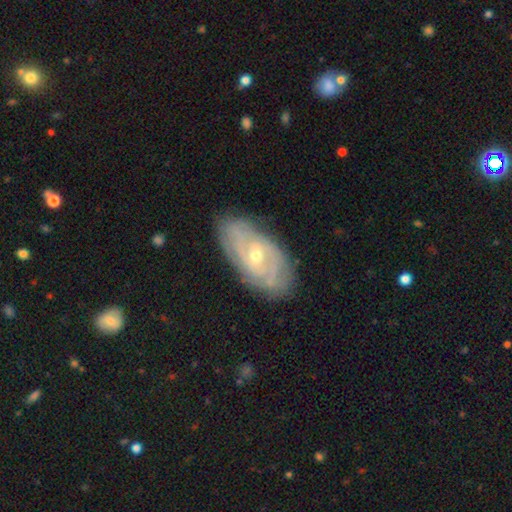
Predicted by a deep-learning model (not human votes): Smooth or featured?
  - featured or disk: 82% *
  - smooth: 13%
  - star or artifact: 6%
Edge-on disk?
  - no: 94% *
  - yes: 6%
Bar?
  - no: 60% *
  - weak: 33%
  - strong: 7%
Spiral arms?
  - yes: 92% *
  - no: 8%
Spiral winding?
  - tight: 65% *
  - medium: 28%
  - loose: 7%
Spiral arm count?
  - can't tell: 36% *
  - 2: 33%
  - 3: 17%
  - 4: 7%
  - 1: 4%
  - more than 4: 4%
Bulge size?
  - small: 54% *
  - moderate: 43%
  - large: 1%
  - none: 1%
  - dominant: 1%
Merging?
  - none: 79% *
  - minor disturbance: 16%
  - major disturbance: 4%
  - merger: 1%